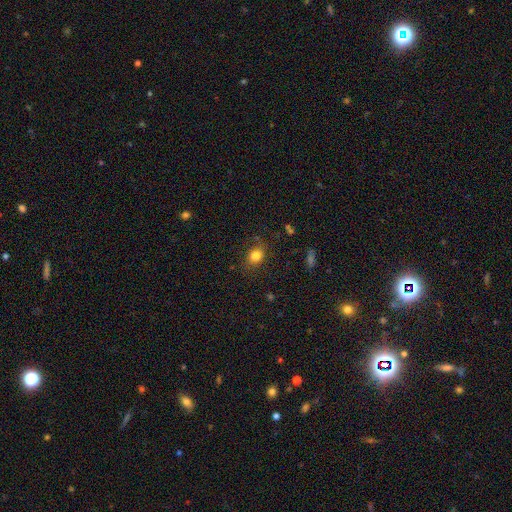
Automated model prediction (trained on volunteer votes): Smooth or featured? Predicted: smooth (p=0.81). How rounded? Predicted: in between (p=0.51). Merging? Predicted: none (p=0.79).